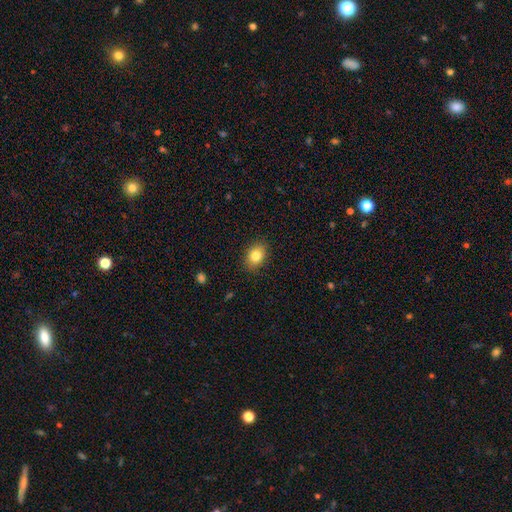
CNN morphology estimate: Q: Smooth or featured?
A: smooth (83%); runner-up: star or artifact (9%)
Q: How rounded?
A: in between (69%); runner-up: round (30%)
Q: Merging?
A: none (88%); runner-up: minor disturbance (9%)